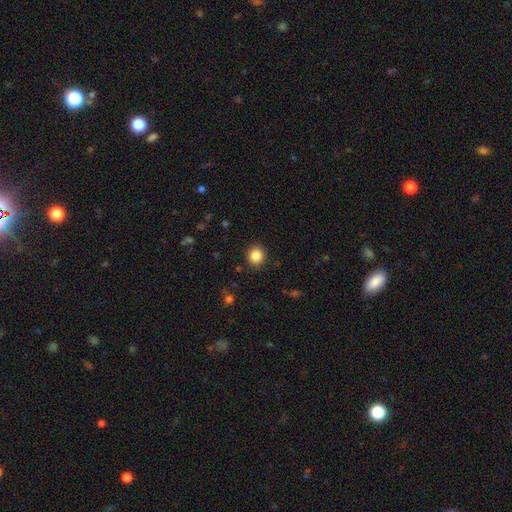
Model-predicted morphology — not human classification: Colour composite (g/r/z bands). It shows a smooth galaxy with no disk features (86%) that is round (88%). Merging: none (91%).